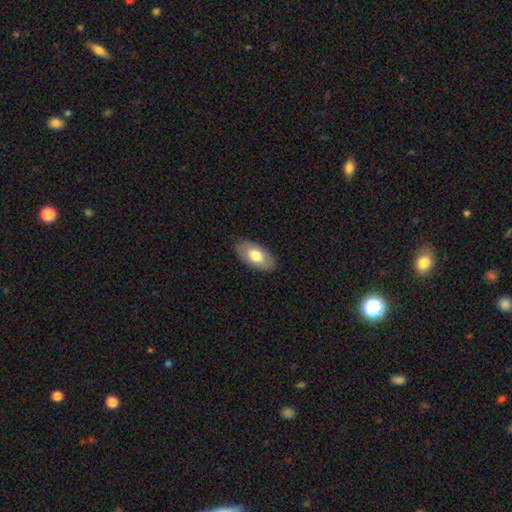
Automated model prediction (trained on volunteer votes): Smooth or featured? Predicted: smooth (p=0.72). How rounded? Predicted: in between (p=0.94). Merging? Predicted: none (p=0.85).